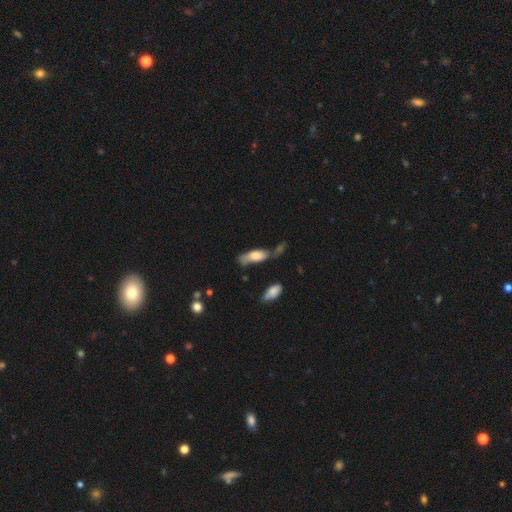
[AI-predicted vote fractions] A smooth galaxy with no disk features (65%) that is in between round and cigar-shaped (69%).

Vote fractions:
- Smooth or featured? smooth: 65% / featured or disk: 28% / star or artifact: 8%
- How rounded? in between: 69% / cigar-shaped: 28% / round: 3%
- Merging? none: 39% / minor disturbance: 27% / major disturbance: 17% / merger: 17%